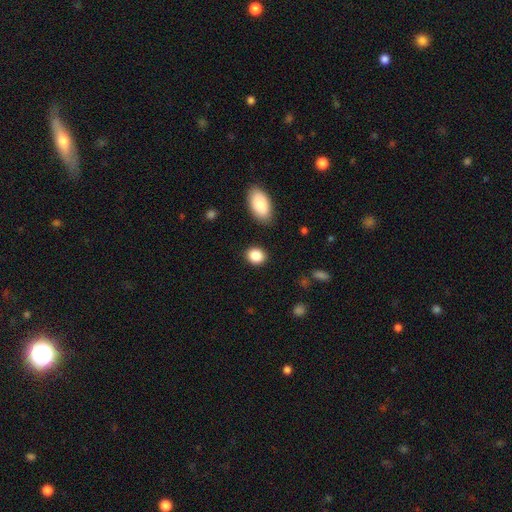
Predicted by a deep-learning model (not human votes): Smooth or featured? smooth (88%)
How rounded? round (57%)
Merging? none (86%)